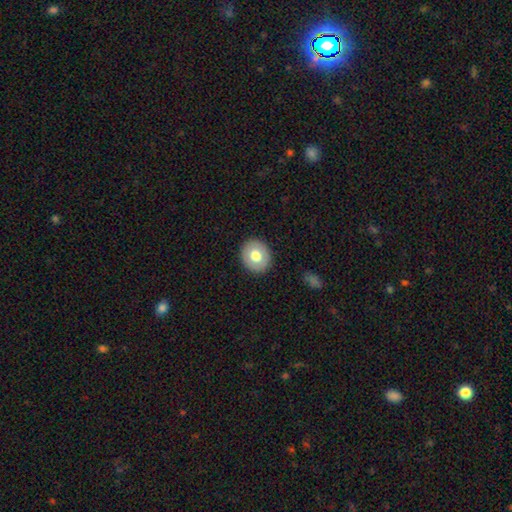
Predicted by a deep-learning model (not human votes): Smooth or featured? Predicted: smooth (p=0.72). How rounded? Predicted: round (p=0.74). Merging? Predicted: none (p=0.90).